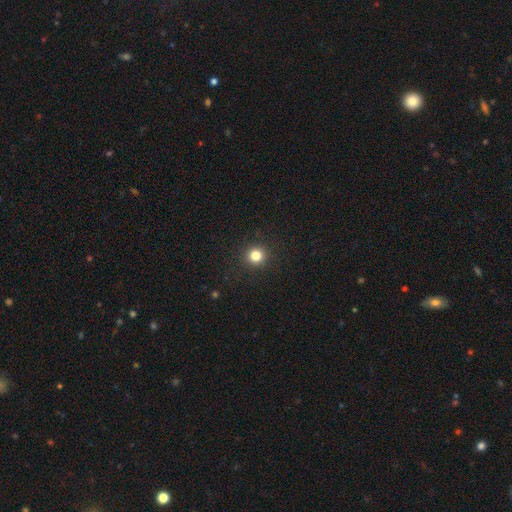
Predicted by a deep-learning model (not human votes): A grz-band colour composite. It shows a smooth galaxy with no disk features (82%) that is round (94%). Merging: none (92%).